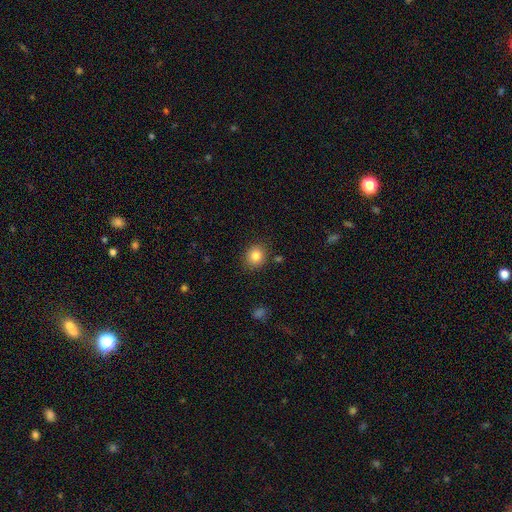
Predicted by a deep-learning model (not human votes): A smooth galaxy with no disk features (83%) that is round (73%). Merging: none (87%).